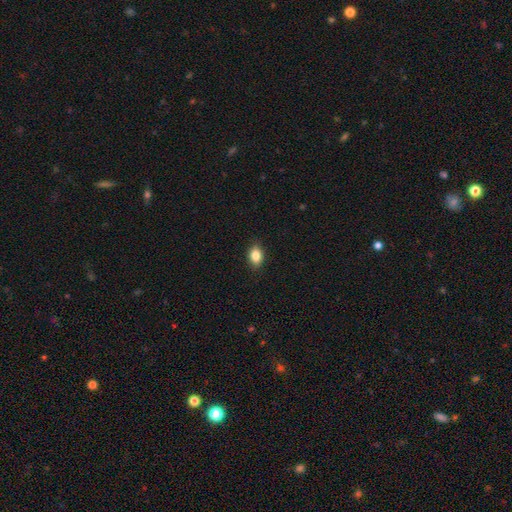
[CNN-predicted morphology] Smooth or featured? smooth (84%)
How rounded? in between (76%)
Merging? none (88%)